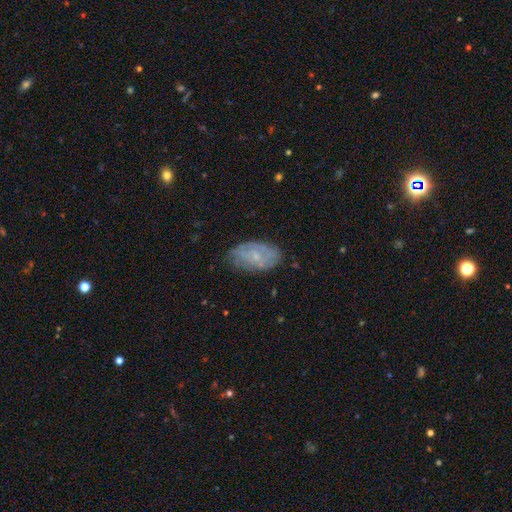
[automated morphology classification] The model was most divided on "smooth or featured": featured or disk: 51%, smooth: 40%, star or artifact: 9%. More confident: edge-on disk — no (93%); merging — none (69%).